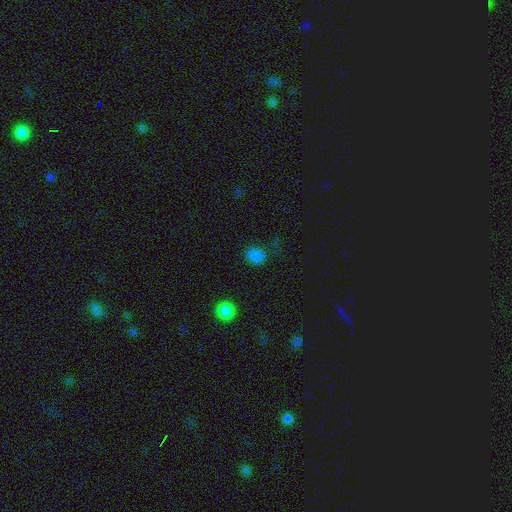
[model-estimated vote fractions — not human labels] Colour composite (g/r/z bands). It shows a smooth galaxy with no disk features (76%) that is round (55%). Merging: none (75%).